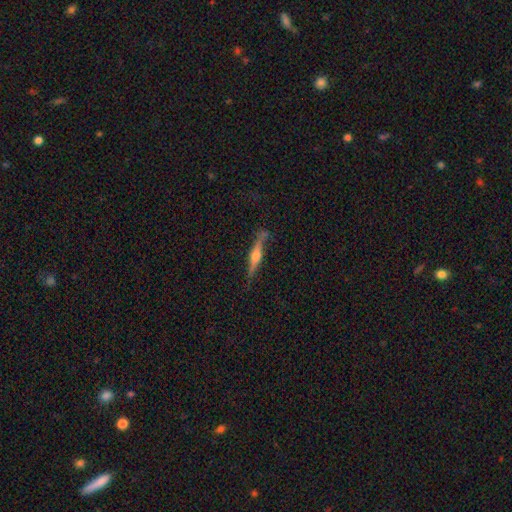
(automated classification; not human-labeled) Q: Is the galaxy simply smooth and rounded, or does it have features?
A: featured or disk — 73%.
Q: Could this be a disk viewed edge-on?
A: yes — 96%.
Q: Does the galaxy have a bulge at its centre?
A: rounded — 91%.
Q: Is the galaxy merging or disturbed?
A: none — 75%.